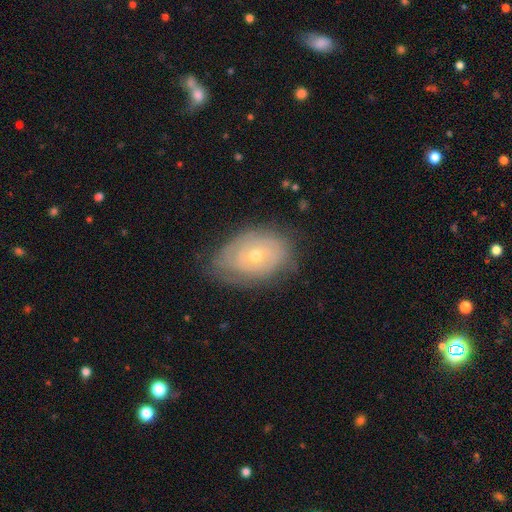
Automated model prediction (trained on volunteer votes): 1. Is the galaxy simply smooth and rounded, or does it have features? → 70% featured or disk, 23% smooth, 7% star or artifact.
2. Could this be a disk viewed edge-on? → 95% no, 5% yes.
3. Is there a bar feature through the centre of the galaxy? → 86% no, 11% weak, 3% strong.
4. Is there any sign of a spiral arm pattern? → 71% yes, 29% no.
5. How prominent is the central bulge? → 50% small, 47% moderate, 1% large, 1% none, 1% dominant.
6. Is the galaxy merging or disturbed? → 71% none, 21% minor disturbance, 7% major disturbance, 1% merger.